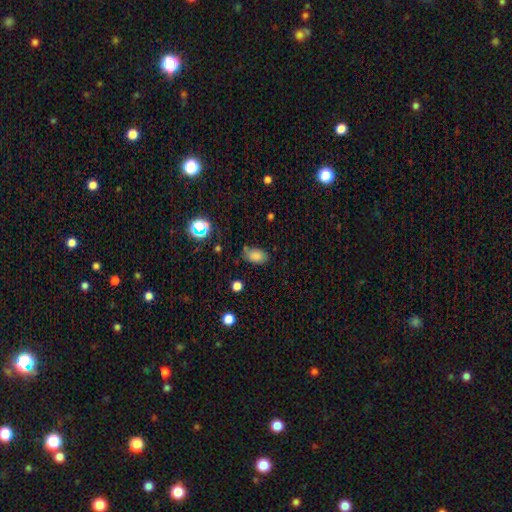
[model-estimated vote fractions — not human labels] Smooth or featured?
  - smooth: 80% *
  - star or artifact: 13%
  - featured or disk: 7%
How rounded?
  - in between: 88% *
  - round: 11%
  - cigar-shaped: 2%
Merging?
  - none: 68% *
  - minor disturbance: 23%
  - major disturbance: 5%
  - merger: 4%